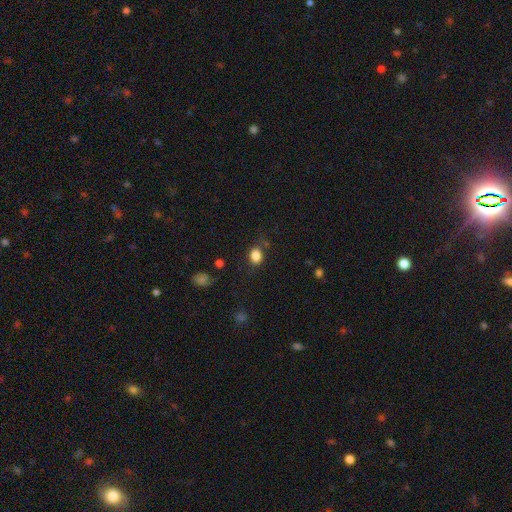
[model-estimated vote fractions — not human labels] A smooth galaxy with no disk features (84%) that is round (50%).

Vote fractions:
- Smooth or featured? smooth: 84% / star or artifact: 11% / featured or disk: 5%
- How rounded? round: 50% / in between: 49% / cigar-shaped: 1%
- Merging? none: 75% / minor disturbance: 17% / major disturbance: 5% / merger: 3%